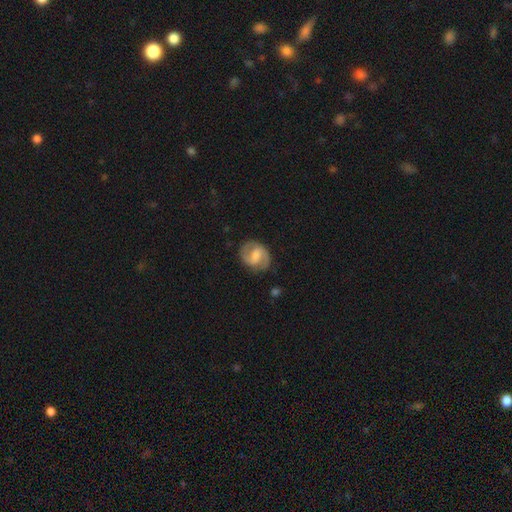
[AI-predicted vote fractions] This is likely a featured or disk galaxy (76%). It is clearly not viewed edge-on (98%). Bar: possibly weak (54%). Spiral arm pattern: clearly yes (93%). Spiral arm count: clearly 2 (90%). Spiral winding: possibly medium (52%). Central bulge: marginally moderate (39%). Merging: clearly none (81%).